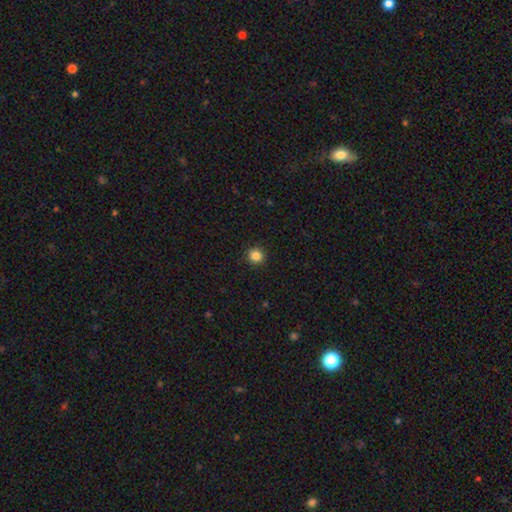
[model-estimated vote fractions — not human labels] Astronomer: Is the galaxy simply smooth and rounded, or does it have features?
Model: smooth — 85%.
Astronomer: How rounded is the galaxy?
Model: round — 94%.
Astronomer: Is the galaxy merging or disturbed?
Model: none — 93%.